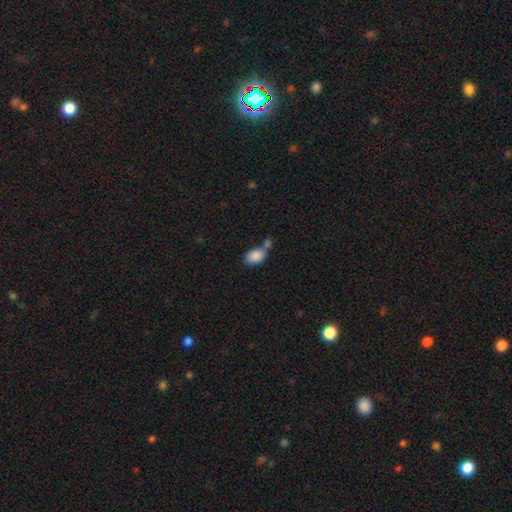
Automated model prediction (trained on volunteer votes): smooth_or_featured: smooth (p=0.87) [alt: star or artifact p=0.08]
how_rounded: in between (p=0.89) [alt: round p=0.10]
merging: none (p=0.41) [alt: merger p=0.38]